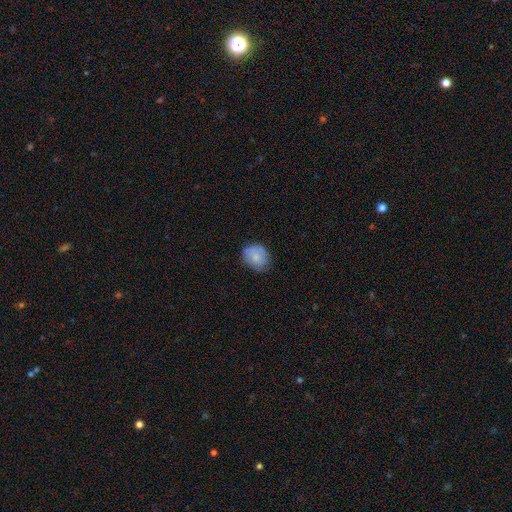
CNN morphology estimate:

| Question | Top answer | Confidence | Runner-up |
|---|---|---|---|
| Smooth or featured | smooth | 72% | featured or disk (21%) |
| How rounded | round | 57% | in between (42%) |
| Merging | none | 68% | minor disturbance (24%) |